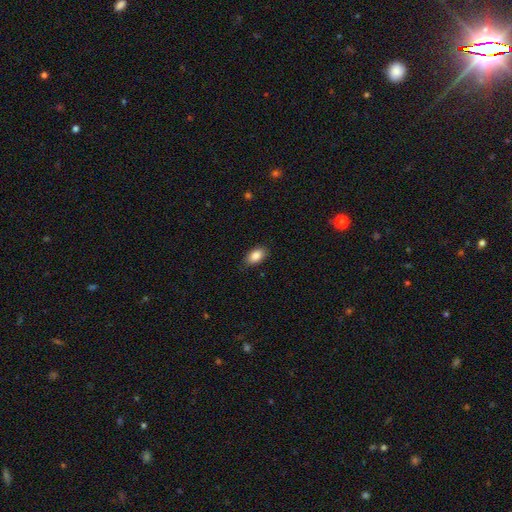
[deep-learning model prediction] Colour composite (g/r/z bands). It shows a smooth galaxy with no disk features (86%) that is in between round and cigar-shaped (91%). Merging: none (84%).